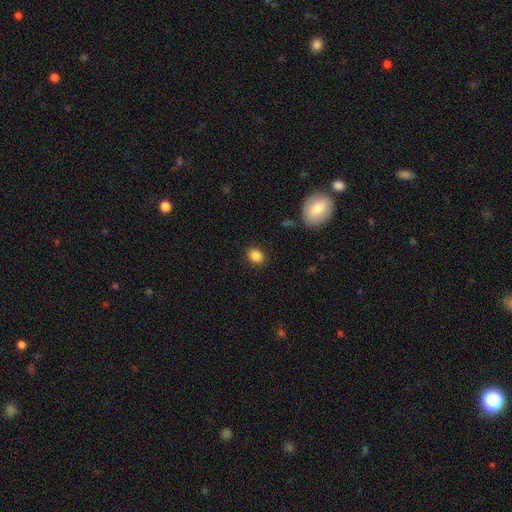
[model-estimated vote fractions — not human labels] smooth 86%, star or artifact 9%, featured or disk 4%. Down the decision tree: how rounded — in between (58%); merging — none (87%).